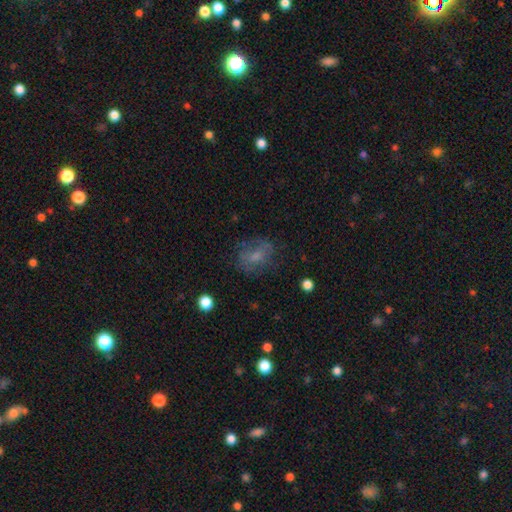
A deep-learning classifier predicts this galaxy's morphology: Smooth or featured? smooth (54%)
How rounded? in between (57%)
Merging? none (61%)